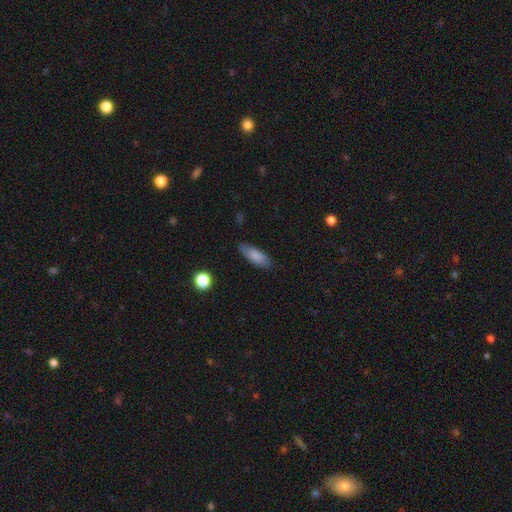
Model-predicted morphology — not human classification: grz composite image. It shows a smooth galaxy with no disk features (81%) that is in between round and cigar-shaped (71%). Merging: none (80%).